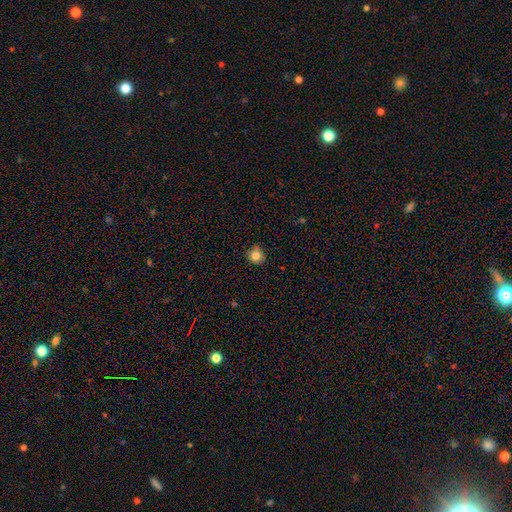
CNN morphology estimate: Smooth or featured? smooth (83%)
How rounded? round (91%)
Merging? none (86%)